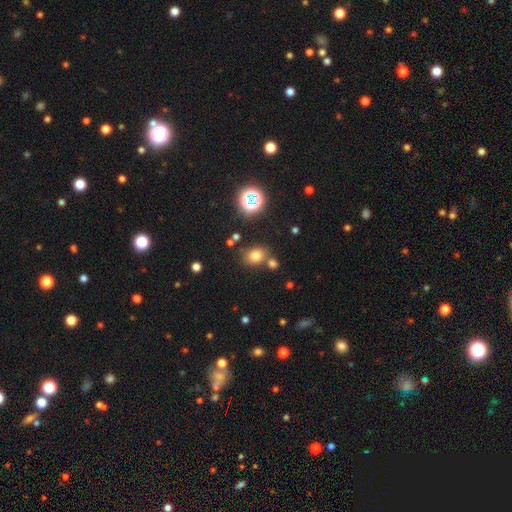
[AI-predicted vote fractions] Smooth or featured? Predicted: smooth (p=0.71). How rounded? Predicted: round (p=0.50). Merging? Predicted: none (p=0.71).